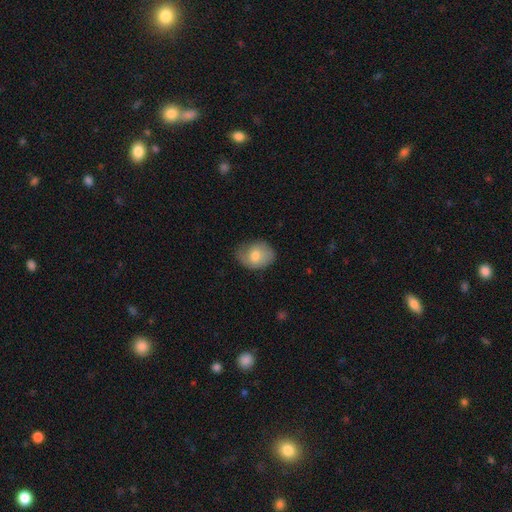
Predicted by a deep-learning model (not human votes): A smooth galaxy with no disk features (70%) that is in between round and cigar-shaped (60%). Merging: none (67%).